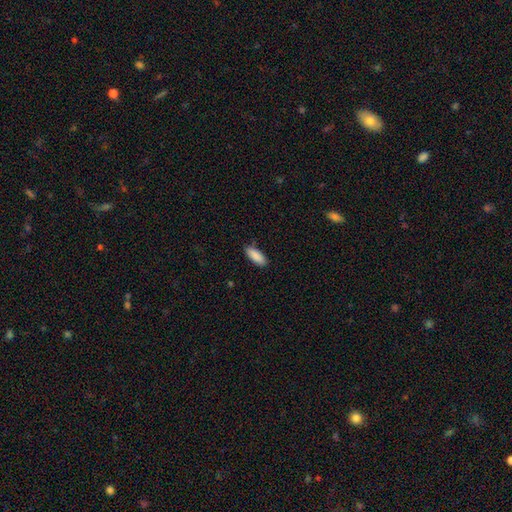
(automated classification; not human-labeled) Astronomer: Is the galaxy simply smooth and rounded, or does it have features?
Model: smooth — 90%.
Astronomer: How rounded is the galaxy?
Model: in between — 76%.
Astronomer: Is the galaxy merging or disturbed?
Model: none — 85%.